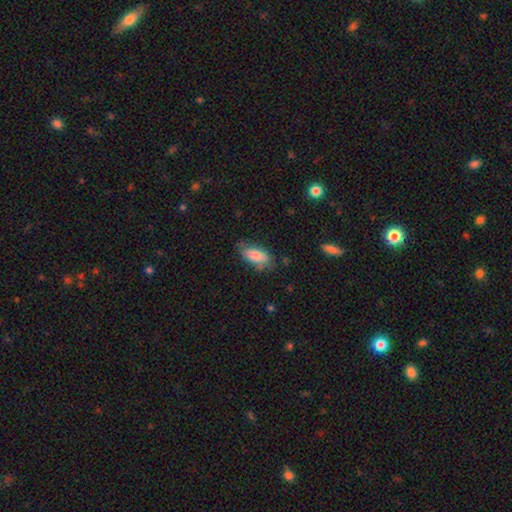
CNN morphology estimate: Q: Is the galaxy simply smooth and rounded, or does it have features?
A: smooth — 80%.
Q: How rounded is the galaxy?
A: in between — 89%.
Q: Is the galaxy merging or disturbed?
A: none — 63%.